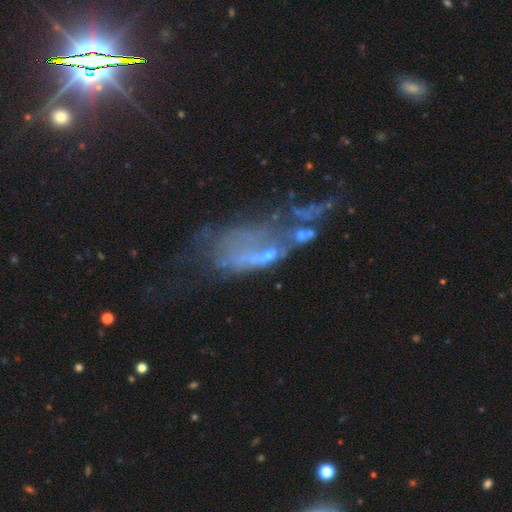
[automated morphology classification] smooth-or-featured: featured or disk: 57% | smooth: 23% | star or artifact: 20%
  disk-edge-on: no: 91% | yes: 9%
    bar: no: 80% | weak: 14% | strong: 6%
    has-spiral-arms: no: 84% | yes: 16%
    bulge-size: none: 64% | small: 22% | moderate: 11% | large: 2% | dominant: 1%
  merging: major disturbance: 42% | merger: 25% | none: 19% | minor disturbance: 14%